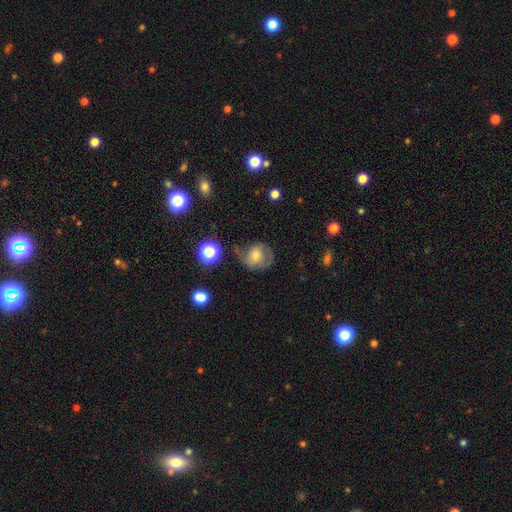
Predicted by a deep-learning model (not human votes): Q: Smooth or featured?
A: featured or disk (49%); runner-up: smooth (41%)
Q: Merging?
A: none (52%); runner-up: minor disturbance (25%)